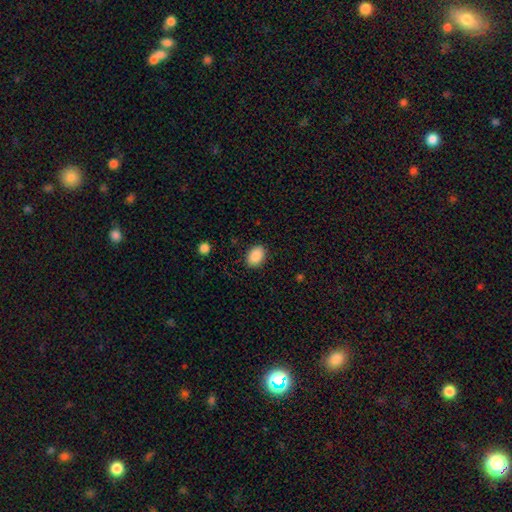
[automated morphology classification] Smooth or featured? Predicted: smooth (p=0.90). How rounded? Predicted: in between (p=0.83). Merging? Predicted: none (p=0.88).